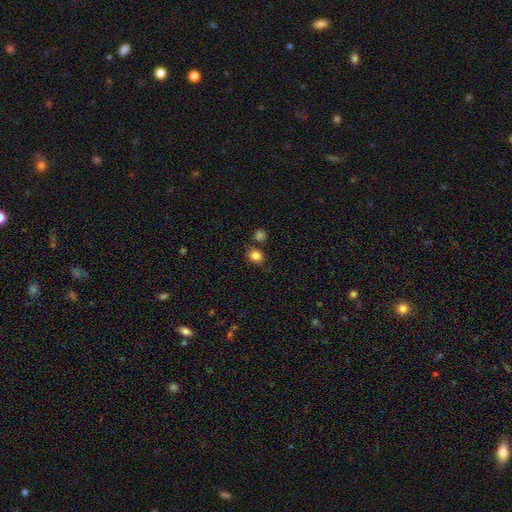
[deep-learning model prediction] smooth 83%, star or artifact 12%, featured or disk 5%. Down the decision tree: how rounded — round (76%); merging — none (78%).